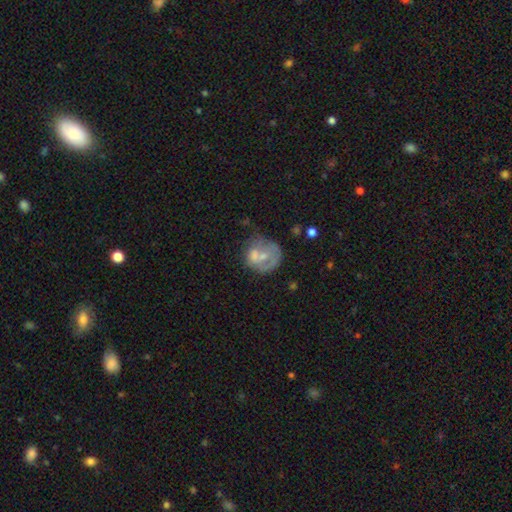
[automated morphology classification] Smooth or featured? featured or disk (49%)
Merging? none (40%)